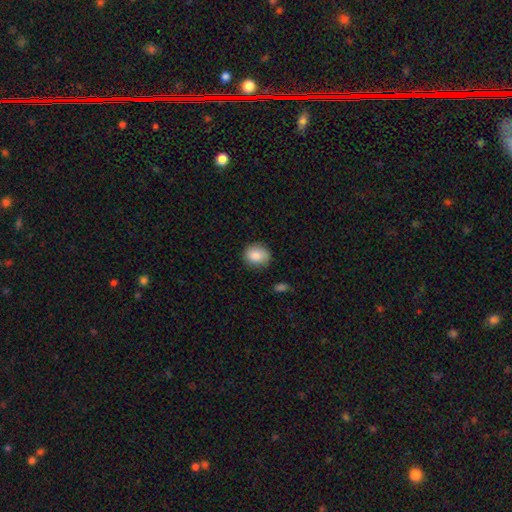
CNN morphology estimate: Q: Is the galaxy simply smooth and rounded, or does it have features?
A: smooth — 86%.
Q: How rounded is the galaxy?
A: round — 70%.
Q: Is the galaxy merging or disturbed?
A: none — 83%.